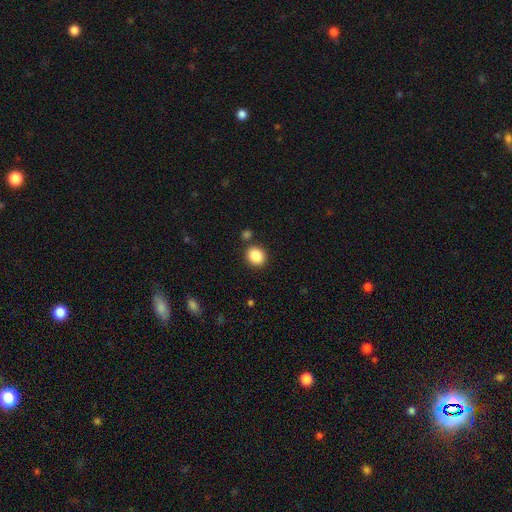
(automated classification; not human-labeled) smooth 88%, star or artifact 8%, featured or disk 4%. Down the decision tree: how rounded — round (70%); merging — none (82%).